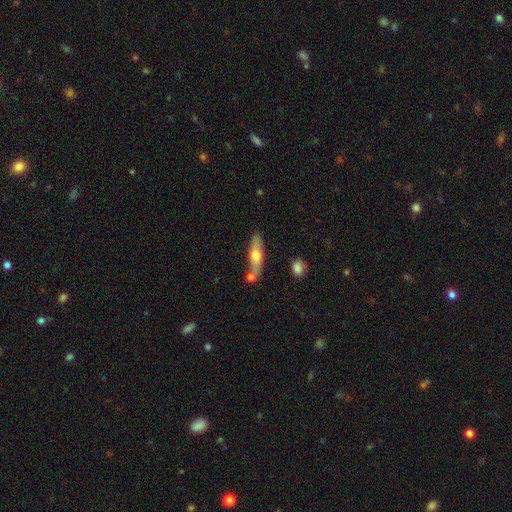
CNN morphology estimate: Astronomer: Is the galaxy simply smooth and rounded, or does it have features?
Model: smooth — 55% (runner-up: featured or disk, 40%).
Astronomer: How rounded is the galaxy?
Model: cigar-shaped — 63%.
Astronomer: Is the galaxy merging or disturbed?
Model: none — 65%.